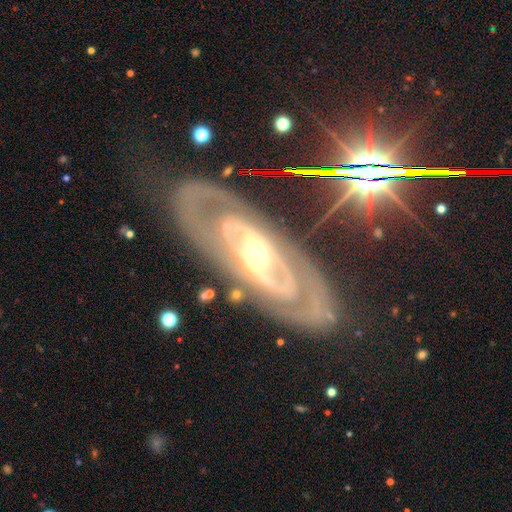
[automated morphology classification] The model was most divided on "bar": no: 46%, weak: 28%, strong: 26%. More confident: smooth or featured — featured or disk (84%); edge-on disk — no (84%); merging — none (77%); spiral arms — yes (66%); bulge size — moderate (64%).